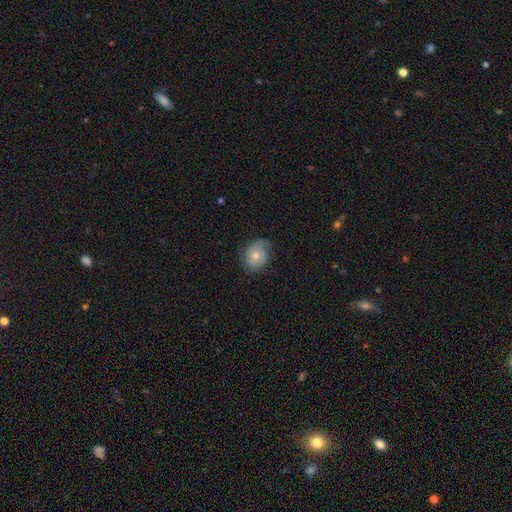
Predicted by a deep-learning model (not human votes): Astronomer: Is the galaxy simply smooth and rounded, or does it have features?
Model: smooth — 49% (runner-up: featured or disk, 41%).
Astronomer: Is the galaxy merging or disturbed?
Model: none — 65%.